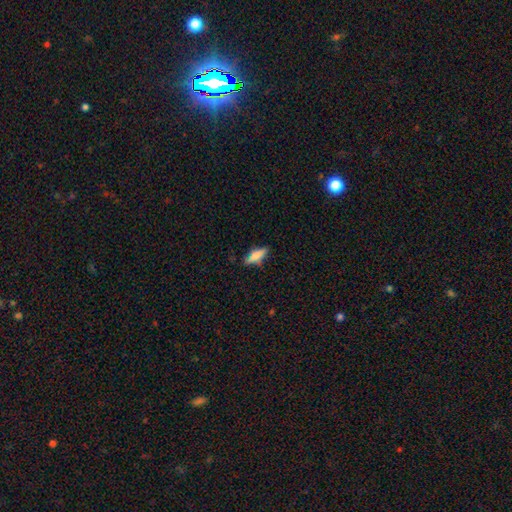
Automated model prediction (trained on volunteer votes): The model was most divided on "how rounded": cigar-shaped: 50%, in between: 47%, round: 3%. More confident: merging — none (73%); smooth or featured — smooth (63%).